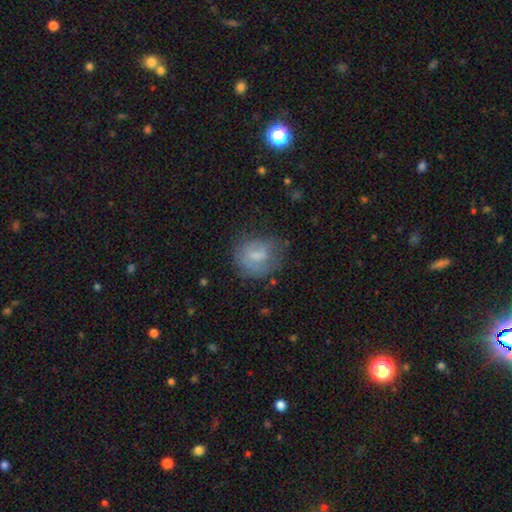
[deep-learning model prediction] Smooth or featured: smooth — 58% (featured or disk — 32%)
How rounded: round — 64% (in between — 35%)
Merging: none — 52% (minor disturbance — 27%)